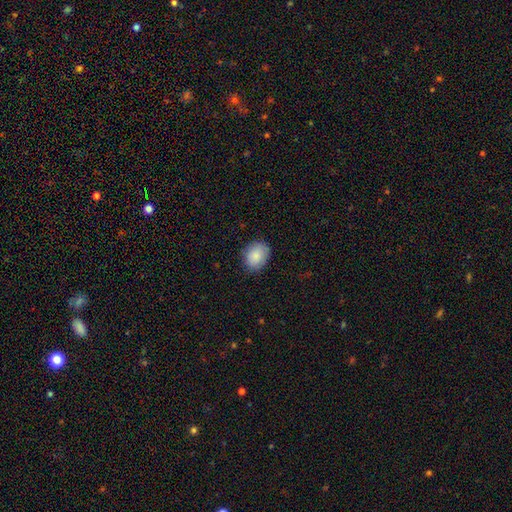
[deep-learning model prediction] A smooth galaxy with no disk features (87%) that is in between round and cigar-shaped (61%). Merging: none (82%).